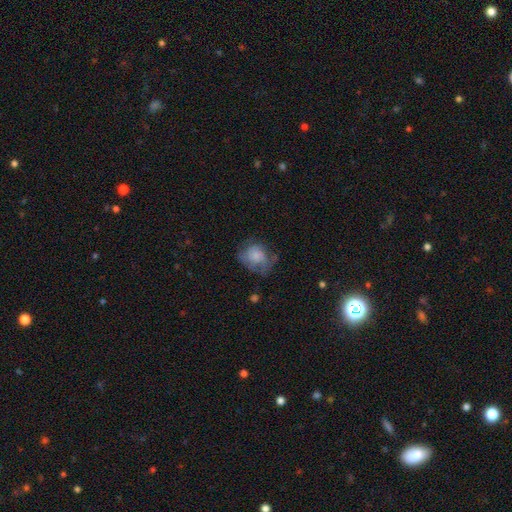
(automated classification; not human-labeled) smooth 59%, featured or disk 31%, star or artifact 9%. Down the decision tree: how rounded — round (63%); merging — none (46%).